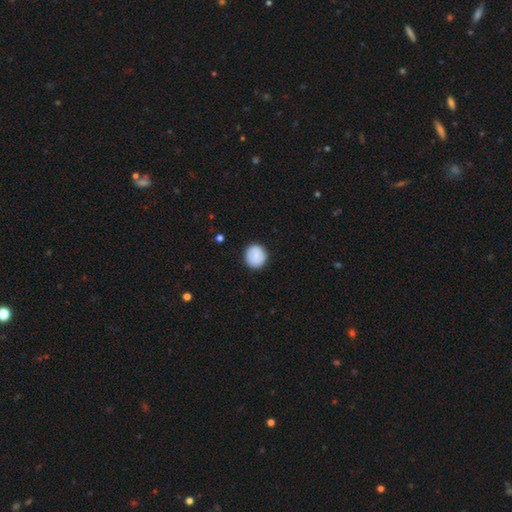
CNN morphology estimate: The model was most divided on "smooth or featured": smooth: 83%, featured or disk: 11%, star or artifact: 7%. More confident: how rounded — round (90%); merging — none (89%).